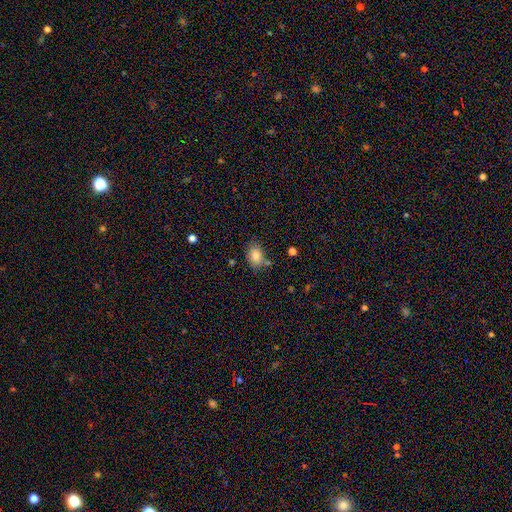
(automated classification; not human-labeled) The model was most divided on "merging": none: 71%, minor disturbance: 17%, merger: 8%, major disturbance: 4%. More confident: smooth or featured — smooth (83%); how rounded — in between (81%).